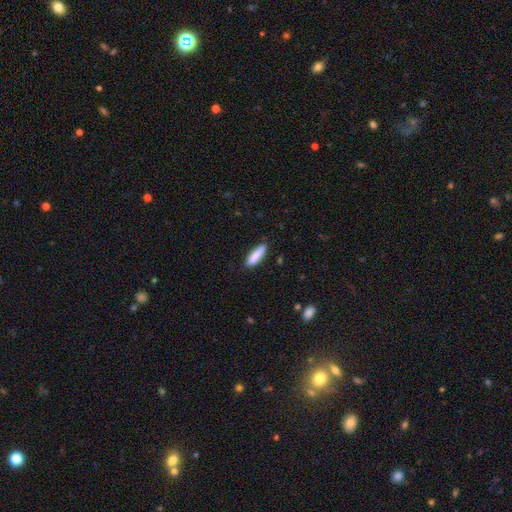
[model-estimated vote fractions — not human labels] This is clearly a smooth galaxy (86%). How rounded: likely cigar-shaped (68%). Merging: clearly none (86%).